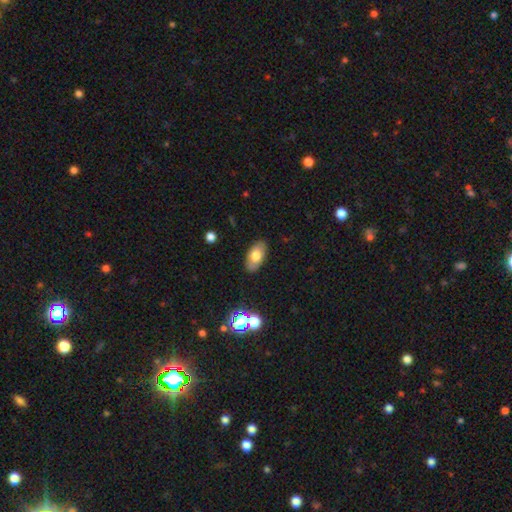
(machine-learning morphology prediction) This is likely a smooth galaxy (71%). How rounded: clearly in between (93%). Merging: clearly none (85%).